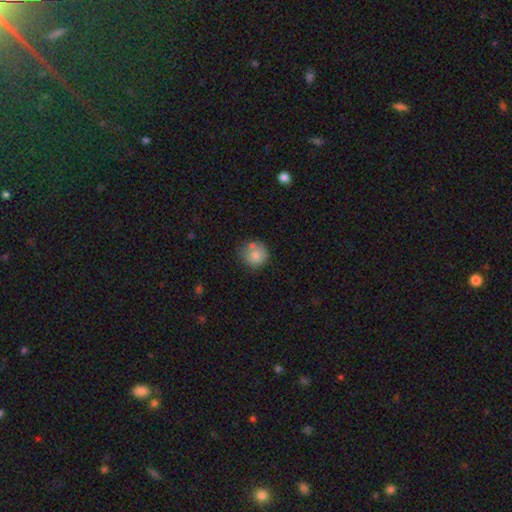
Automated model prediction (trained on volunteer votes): smooth-or-featured: smooth: 80% | featured or disk: 11% | star or artifact: 9%
  how-rounded: round: 90% | in between: 9% | cigar-shaped: 1%
  merging: none: 61% | minor disturbance: 19% | merger: 14% | major disturbance: 6%